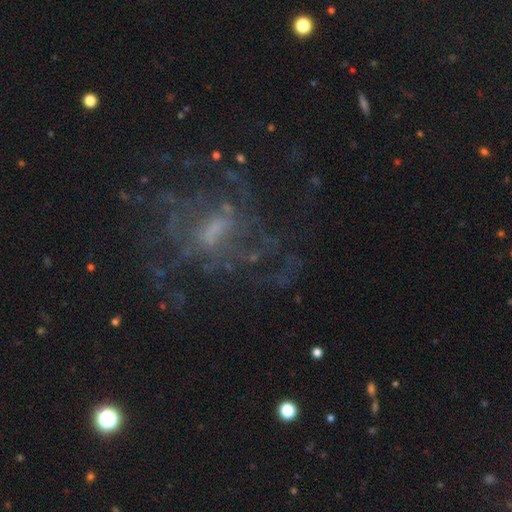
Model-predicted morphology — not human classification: type=featured or disk (72%); edge-on=no (96%); bar=weak (50%); spiral arms=yes (74%); winding=medium (39%); arm count=can't tell (56%); bulge=small (38%); merging=none (61%).